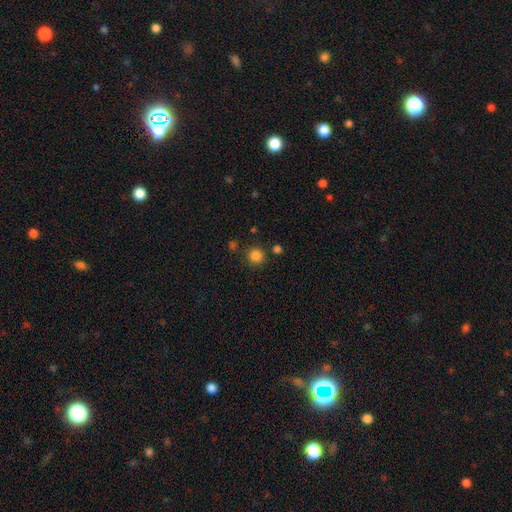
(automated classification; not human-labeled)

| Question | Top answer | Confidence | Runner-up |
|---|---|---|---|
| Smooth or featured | smooth | 84% | star or artifact (12%) |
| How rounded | round | 92% | in between (7%) |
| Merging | none | 83% | minor disturbance (9%) |